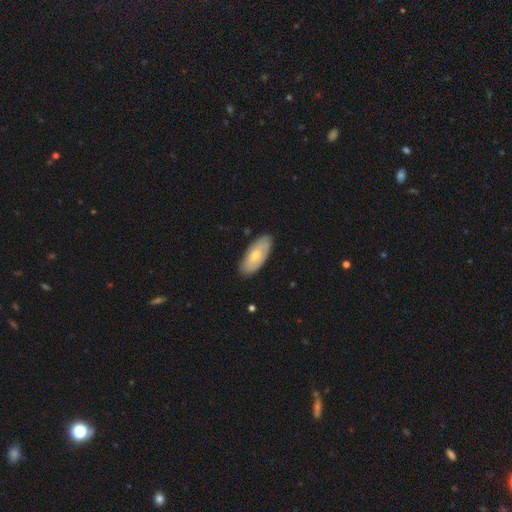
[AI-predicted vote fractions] smooth_or_featured: smooth (p=0.60) [alt: featured or disk p=0.34]
how_rounded: in between (p=0.88) [alt: cigar-shaped p=0.10]
merging: none (p=0.82) [alt: minor disturbance p=0.14]